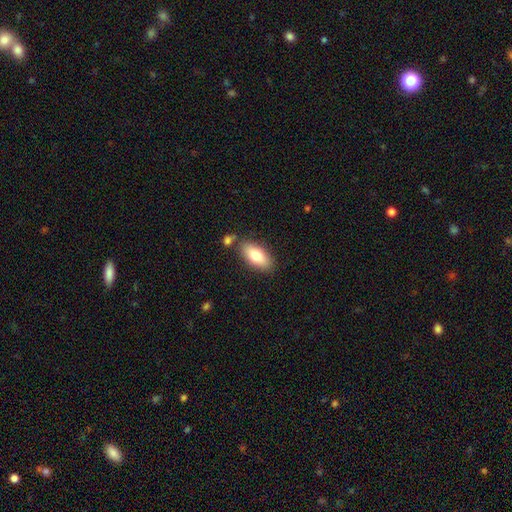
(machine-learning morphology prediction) Overall: smooth (79%). How rounded: in between (88%). Merging: none (78%).